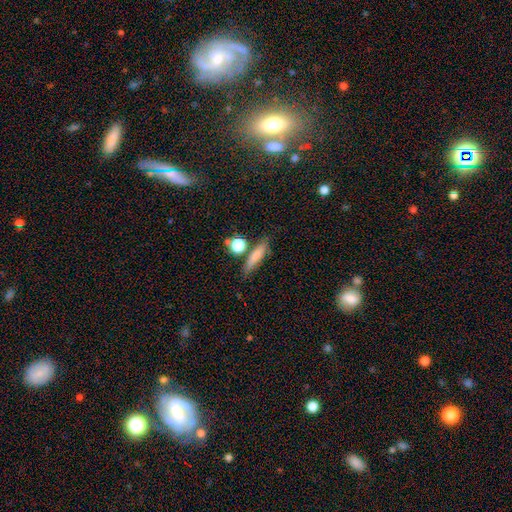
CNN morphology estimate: Smooth or featured: smooth — 73% (featured or disk — 17%)
How rounded: cigar-shaped — 69% (in between — 22%)
Merging: none — 72% (minor disturbance — 13%)